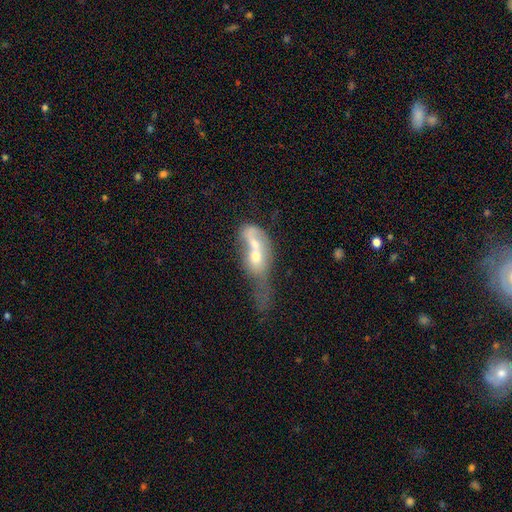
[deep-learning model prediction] smooth_or_featured: smooth (p=0.50) [alt: featured or disk p=0.42]
how_rounded: in between (p=0.67) [alt: cigar-shaped p=0.17]
merging: merger (p=0.71) [alt: major disturbance p=0.15]